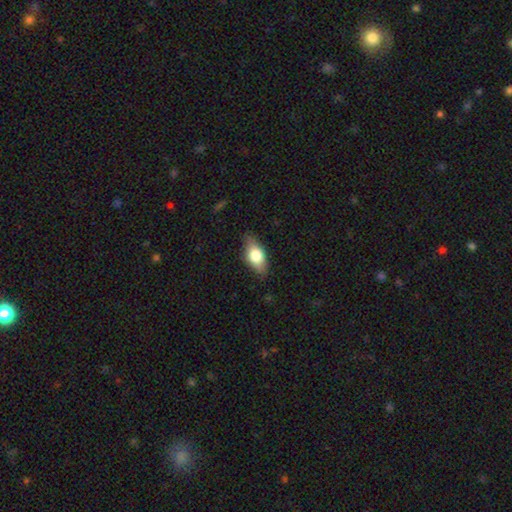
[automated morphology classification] A smooth galaxy with no disk features (69%) that is in between round and cigar-shaped (84%). Merging: none (80%).